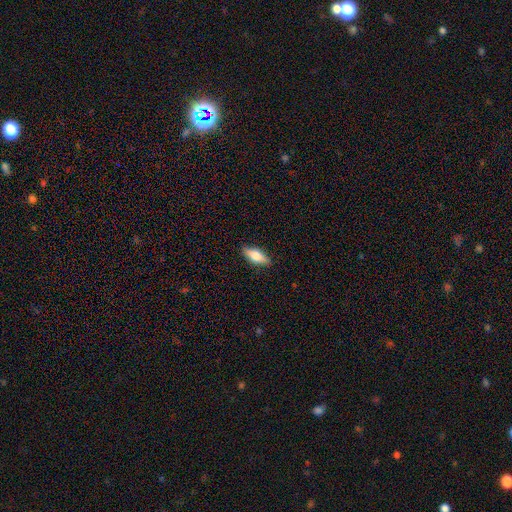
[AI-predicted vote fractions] Smooth or featured: smooth — 69% (featured or disk — 25%)
How rounded: in between — 73% (cigar-shaped — 24%)
Merging: none — 88% (minor disturbance — 9%)